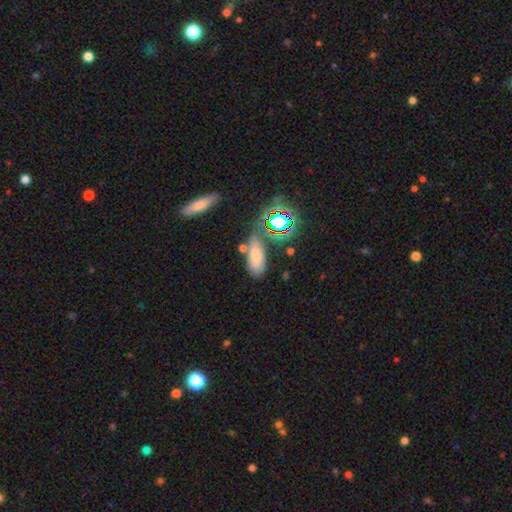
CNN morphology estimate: This appears to be a smooth galaxy with no disk features (62%) that is in between round and cigar-shaped (82%). Merging: none (58%).